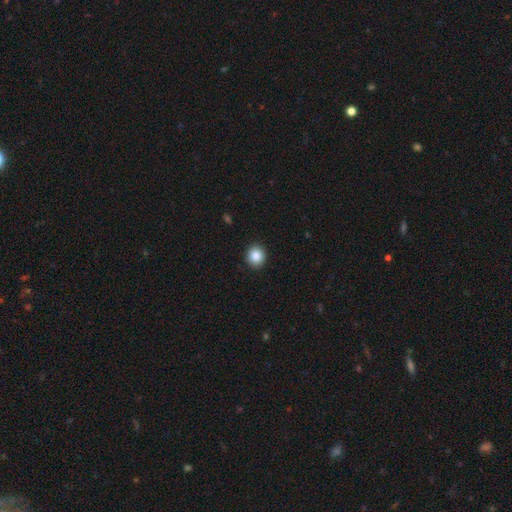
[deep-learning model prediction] smooth_or_featured: smooth (p=0.86) [alt: star or artifact p=0.09]
how_rounded: round (p=0.86) [alt: in between p=0.13]
merging: none (p=0.92) [alt: minor disturbance p=0.05]